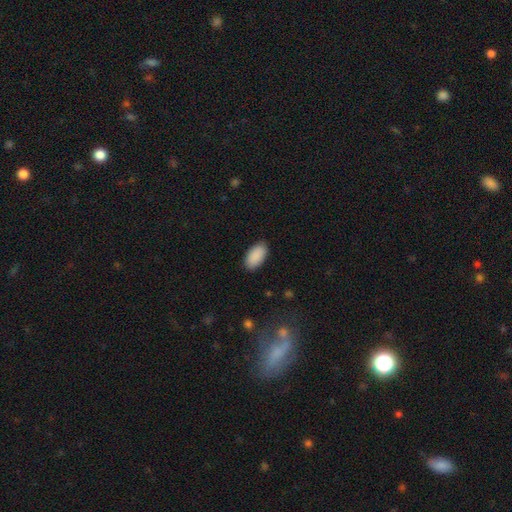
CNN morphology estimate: Smooth or featured? Predicted: smooth (p=0.91). How rounded? Predicted: in between (p=0.95). Merging? Predicted: none (p=0.88).